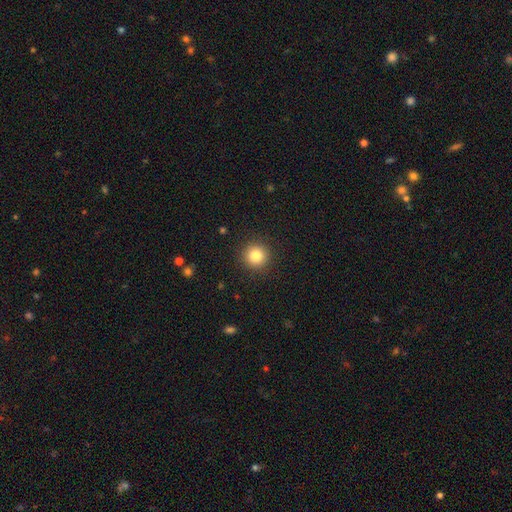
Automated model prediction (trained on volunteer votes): A smooth galaxy with no disk features (83%) that is round (95%). Merging: none (92%).